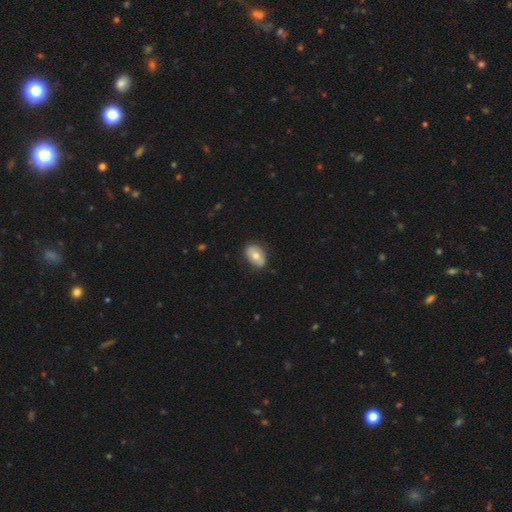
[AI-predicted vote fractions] smooth 65%, featured or disk 28%, star or artifact 7%. Down the decision tree: how rounded — in between (85%); merging — none (77%).